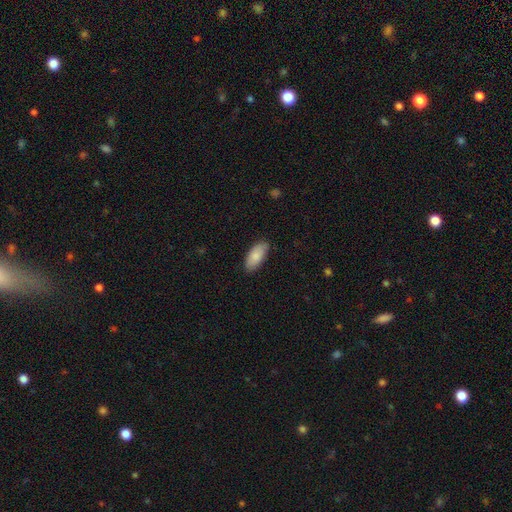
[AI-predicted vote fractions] smooth-or-featured: smooth: 85% | featured or disk: 10% | star or artifact: 6%
  how-rounded: in between: 90% | cigar-shaped: 8% | round: 2%
  merging: none: 82% | minor disturbance: 14% | major disturbance: 2% | merger: 1%